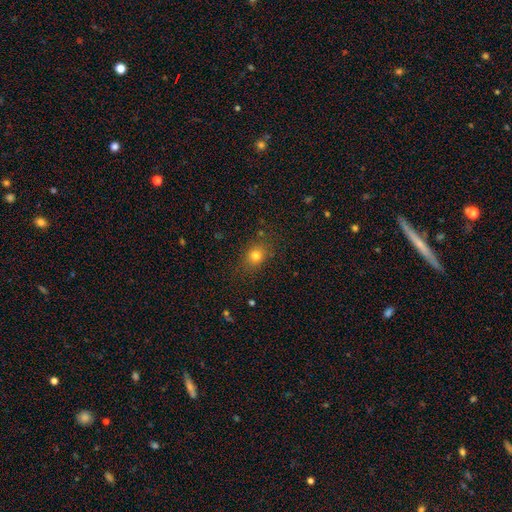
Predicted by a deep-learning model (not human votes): smooth-or-featured: smooth: 78% | star or artifact: 14% | featured or disk: 8%
  how-rounded: round: 54% | in between: 45% | cigar-shaped: 1%
  merging: none: 82% | minor disturbance: 12% | major disturbance: 4% | merger: 2%